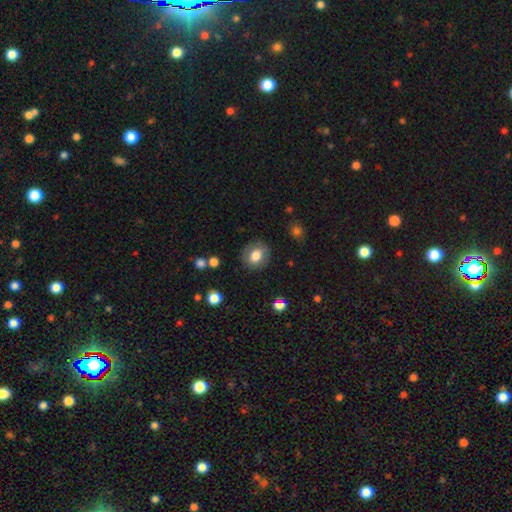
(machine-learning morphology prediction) Q: Smooth or featured?
A: smooth (74%); runner-up: featured or disk (17%)
Q: How rounded?
A: round (64%); runner-up: in between (35%)
Q: Merging?
A: none (84%); runner-up: minor disturbance (11%)